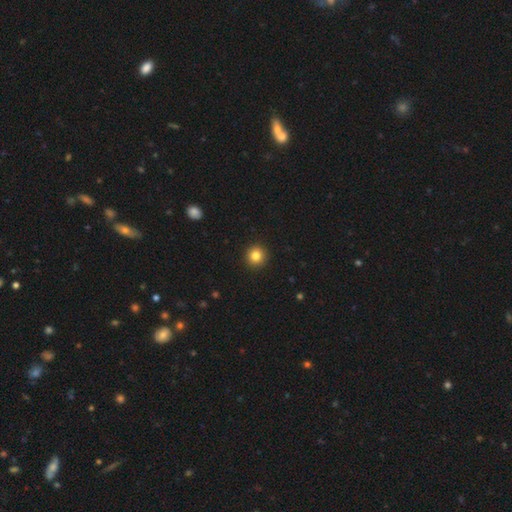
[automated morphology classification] The model was most divided on "smooth or featured": smooth: 84%, star or artifact: 11%, featured or disk: 6%. More confident: how rounded — round (95%); merging — none (93%).